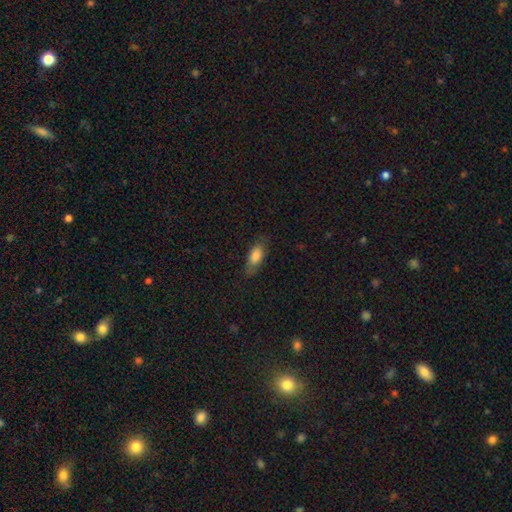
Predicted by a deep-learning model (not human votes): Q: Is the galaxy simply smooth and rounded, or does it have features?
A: smooth — 79%.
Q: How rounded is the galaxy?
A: in between — 79%.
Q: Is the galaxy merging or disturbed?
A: none — 75%.